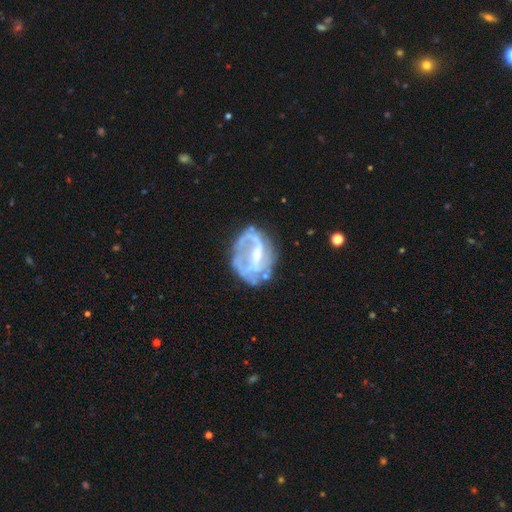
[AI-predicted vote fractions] A featured or disk galaxy (73%) with a weak bar (44%), spiral arms (54%) and a small central bulge (37%, tied with moderate). Merging: none (47%).